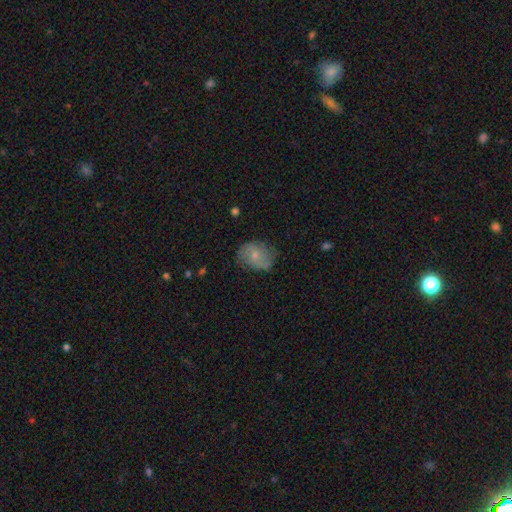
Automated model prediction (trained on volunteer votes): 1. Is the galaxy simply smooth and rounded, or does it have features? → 55% smooth, 37% featured or disk, 8% star or artifact.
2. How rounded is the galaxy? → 54% in between, 44% round, 1% cigar-shaped.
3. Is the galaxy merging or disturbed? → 64% none, 26% minor disturbance, 9% major disturbance, 1% merger.